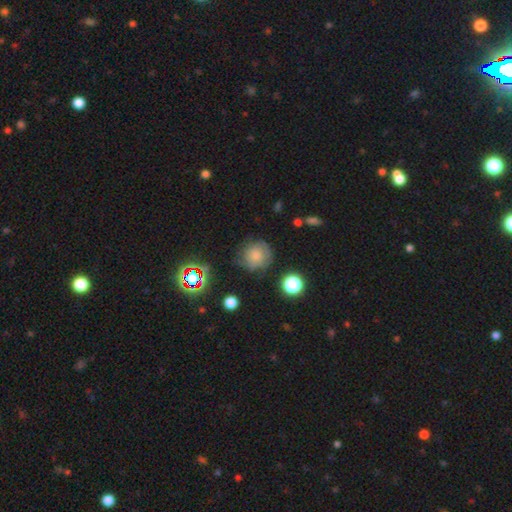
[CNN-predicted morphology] A smooth galaxy with no disk features (59%) that is round (89%).

Vote fractions:
- Smooth or featured? smooth: 59% / featured or disk: 26% / star or artifact: 15%
- How rounded? round: 89% / in between: 10% / cigar-shaped: 1%
- Merging? none: 68% / minor disturbance: 21% / major disturbance: 9% / merger: 2%